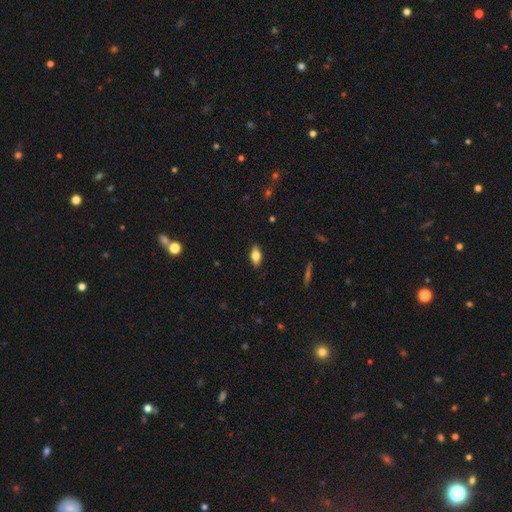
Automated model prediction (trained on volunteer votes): This appears to be a smooth galaxy with no disk features (68%) that is in between round and cigar-shaped (84%). Merging: none (87%).